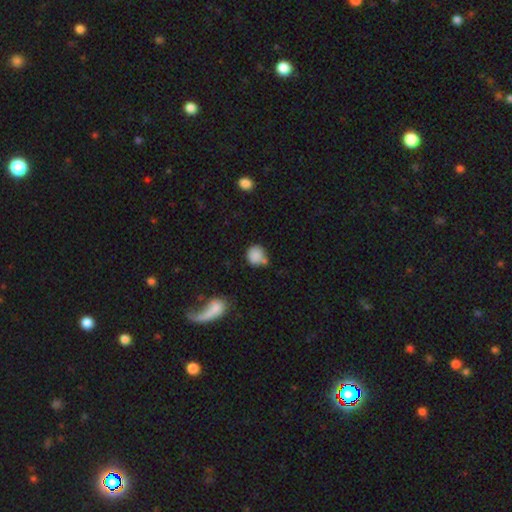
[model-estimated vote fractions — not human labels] Smooth or featured: smooth — 85% (star or artifact — 9%)
How rounded: round — 81% (in between — 17%)
Merging: none — 58% (minor disturbance — 18%)